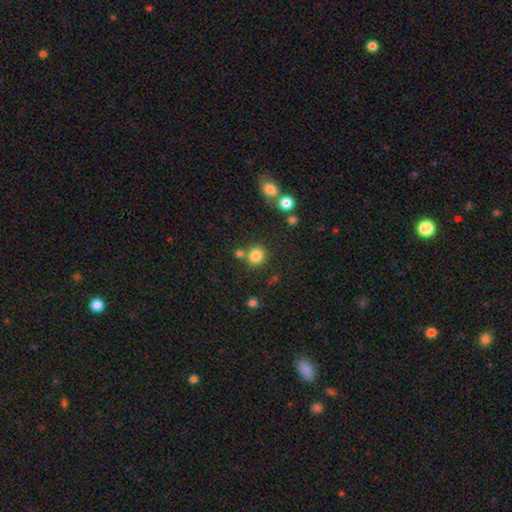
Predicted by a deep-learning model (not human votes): smooth-or-featured: smooth: 83% | star or artifact: 12% | featured or disk: 5%
  how-rounded: round: 86% | in between: 13% | cigar-shaped: 1%
  merging: none: 75% | merger: 13% | minor disturbance: 9% | major disturbance: 3%